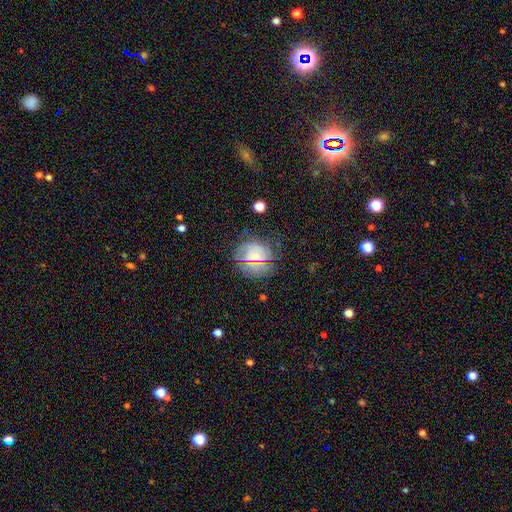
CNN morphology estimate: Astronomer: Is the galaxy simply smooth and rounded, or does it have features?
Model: smooth — 58%.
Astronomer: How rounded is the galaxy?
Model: round — 71%.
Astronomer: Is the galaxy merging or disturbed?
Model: none — 72%.